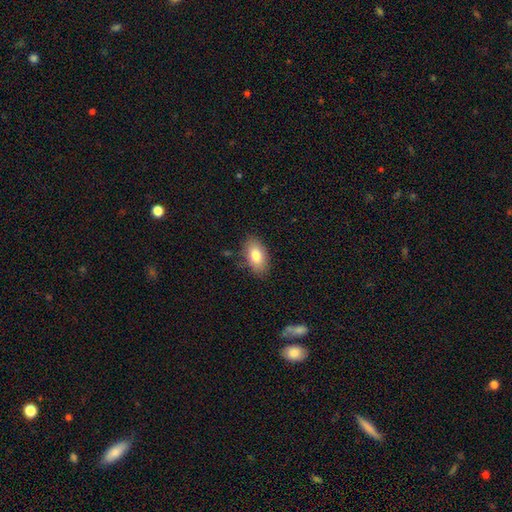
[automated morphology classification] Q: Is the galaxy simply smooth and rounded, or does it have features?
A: smooth — 80%.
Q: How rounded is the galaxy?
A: in between — 91%.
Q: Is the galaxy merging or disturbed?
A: none — 83%.